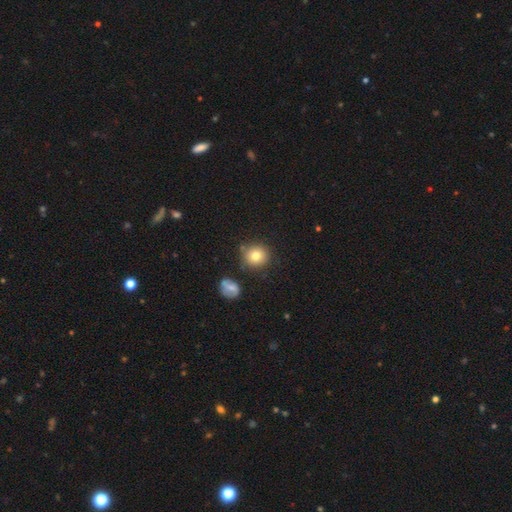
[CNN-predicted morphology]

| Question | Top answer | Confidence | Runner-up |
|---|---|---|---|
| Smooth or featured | smooth | 78% | star or artifact (11%) |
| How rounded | round | 89% | in between (10%) |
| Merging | none | 81% | minor disturbance (11%) |